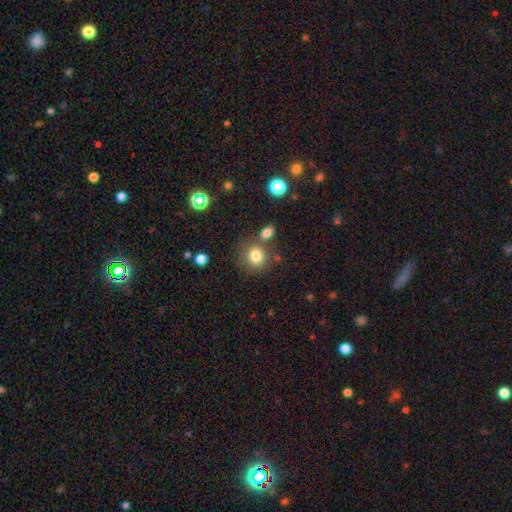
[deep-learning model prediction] This appears to be a smooth galaxy with no disk features (81%) that is round (77%). Merging: none (68%).